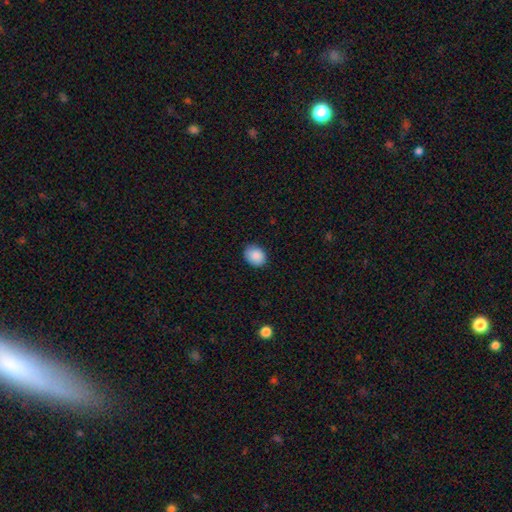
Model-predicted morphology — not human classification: A smooth galaxy with no disk features (89%) that is in between round and cigar-shaped (56%). Merging: none (84%).